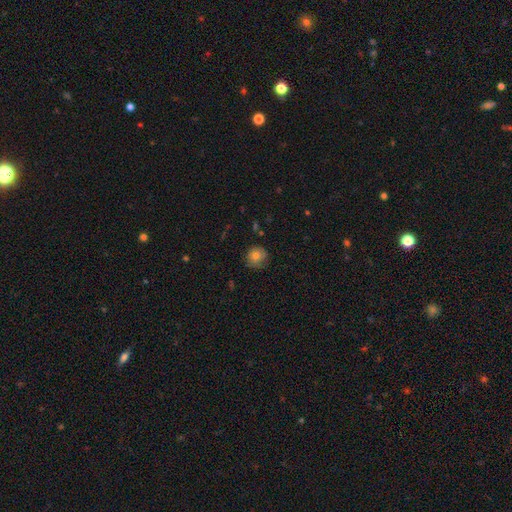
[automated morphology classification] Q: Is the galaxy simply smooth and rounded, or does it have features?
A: smooth — 74%.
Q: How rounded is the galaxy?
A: round — 89%.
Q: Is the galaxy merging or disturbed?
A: none — 74%.